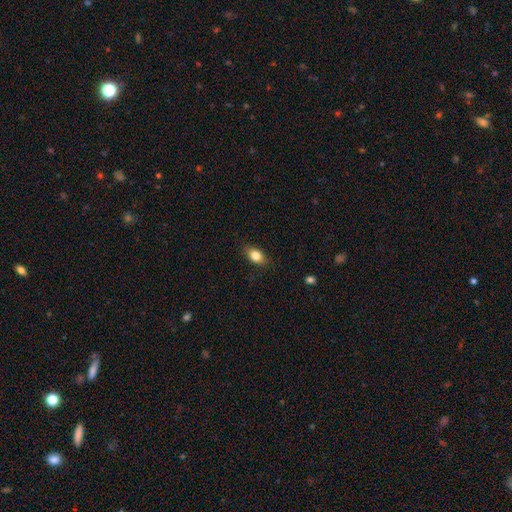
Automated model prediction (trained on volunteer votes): Smooth or featured? smooth (80%)
How rounded? in between (81%)
Merging? none (85%)